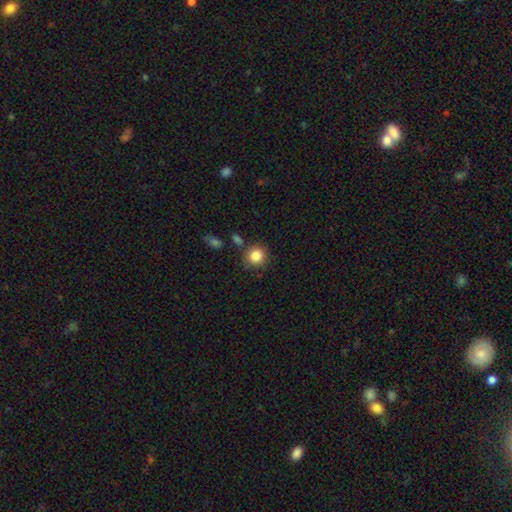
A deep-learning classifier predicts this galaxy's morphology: Smooth or featured: smooth — 85% (star or artifact — 9%)
How rounded: round — 88% (in between — 11%)
Merging: none — 78% (minor disturbance — 12%)